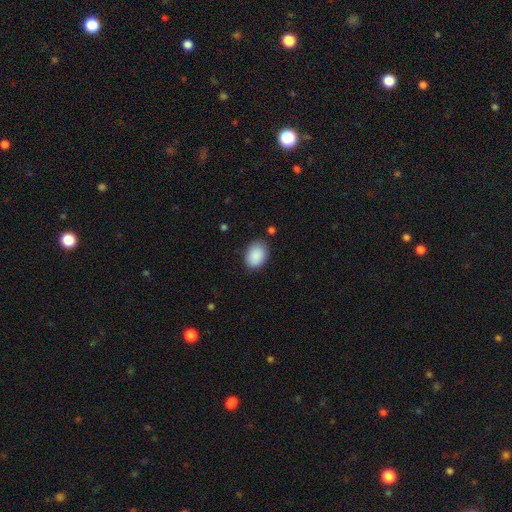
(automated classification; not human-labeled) smooth-or-featured: smooth: 90% | star or artifact: 7% | featured or disk: 3%
  how-rounded: in between: 77% | round: 22% | cigar-shaped: 1%
  merging: none: 83% | minor disturbance: 12% | major disturbance: 3% | merger: 2%